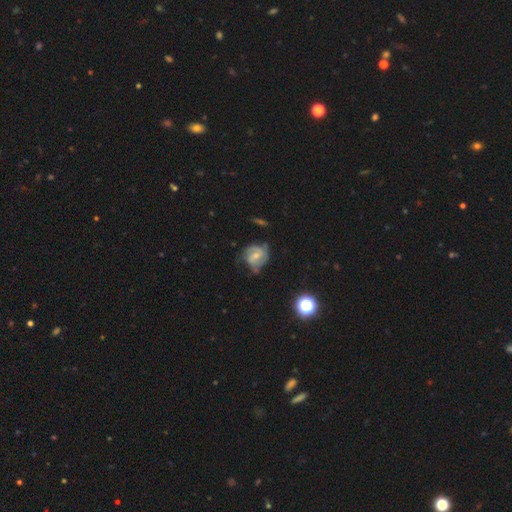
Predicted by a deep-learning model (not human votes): This is likely a featured or disk galaxy (71%). It is clearly not viewed edge-on (97%). Bar: possibly weak (49%). Spiral arm pattern: clearly yes (90%). Spiral arm count: possibly 2 (47%). Spiral winding: marginally medium (43%). Central bulge: possibly small (51%). Merging: possibly none (53%).